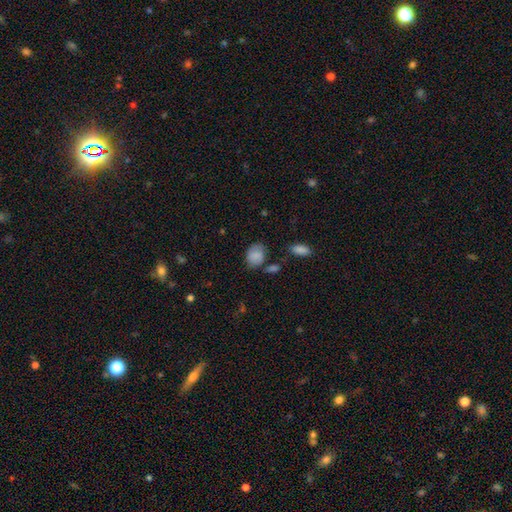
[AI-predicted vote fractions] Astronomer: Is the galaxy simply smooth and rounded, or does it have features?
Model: smooth — 82%.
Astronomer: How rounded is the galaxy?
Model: in between — 58% (runner-up: round, 41%).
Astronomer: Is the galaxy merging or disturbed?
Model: none — 62%.